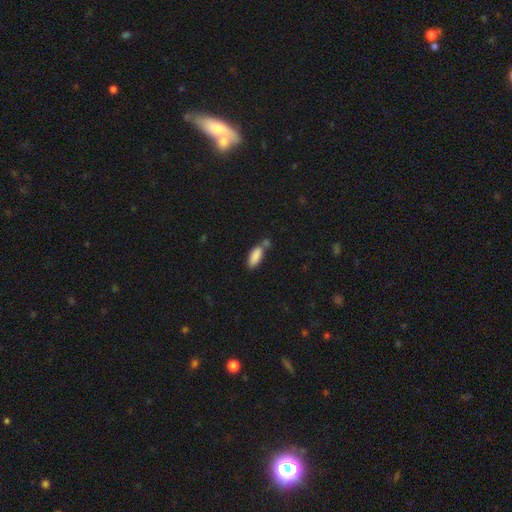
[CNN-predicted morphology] Smooth or featured?
  - smooth: 88% *
  - star or artifact: 7%
  - featured or disk: 5%
How rounded?
  - in between: 79% *
  - cigar-shaped: 19%
  - round: 2%
Merging?
  - none: 56% *
  - merger: 23%
  - minor disturbance: 16%
  - major disturbance: 4%